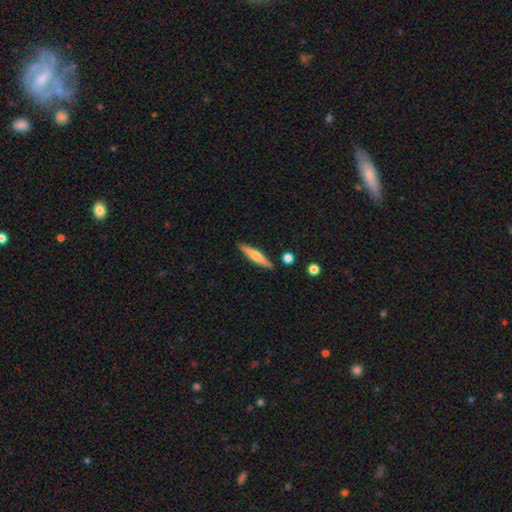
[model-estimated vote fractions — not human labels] Smooth or featured? smooth (53%)
How rounded? cigar-shaped (89%)
Merging? none (87%)